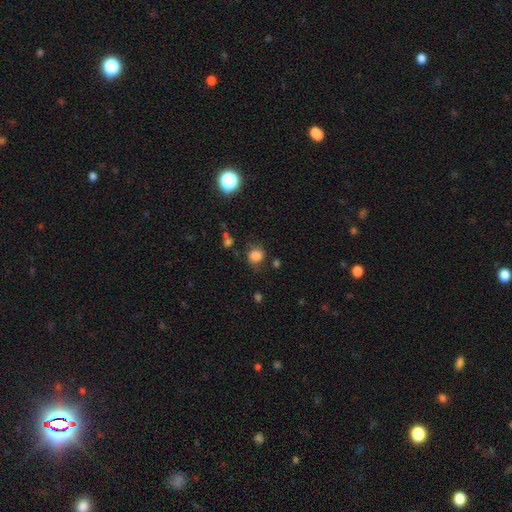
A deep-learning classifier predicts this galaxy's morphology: smooth-or-featured: smooth: 78% | star or artifact: 12% | featured or disk: 10%
  how-rounded: round: 73% | in between: 25% | cigar-shaped: 1%
  merging: none: 61% | minor disturbance: 24% | major disturbance: 11% | merger: 4%